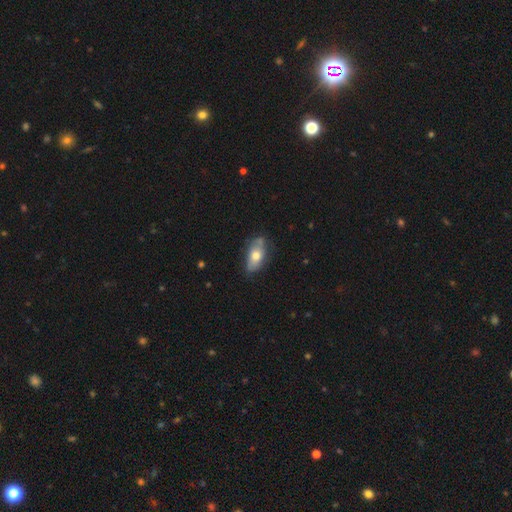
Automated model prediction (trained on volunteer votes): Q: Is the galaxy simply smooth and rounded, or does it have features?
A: smooth — 61%.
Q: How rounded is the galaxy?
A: in between — 88%.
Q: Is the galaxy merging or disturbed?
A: none — 62%.